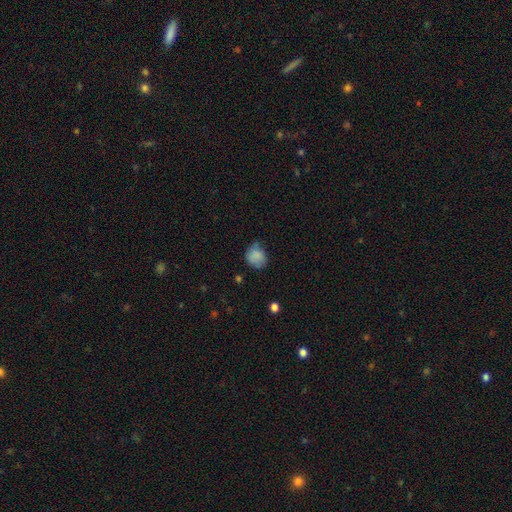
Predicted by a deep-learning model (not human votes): Morphology: type=smooth (82%); roundness=round (69%); merging=none (52%).